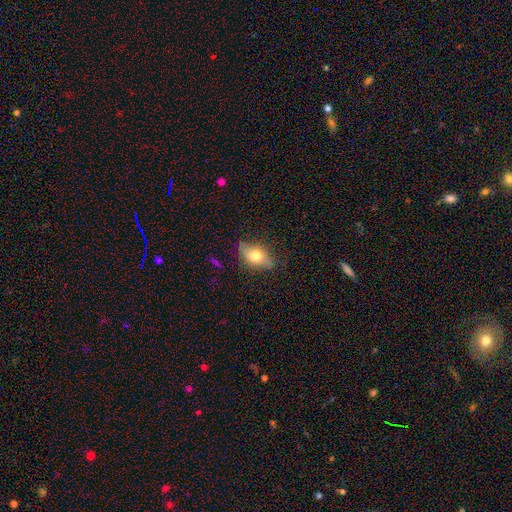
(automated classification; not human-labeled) smooth 60%, featured or disk 32%, star or artifact 8%. Down the decision tree: how rounded — in between (81%); merging — none (75%).